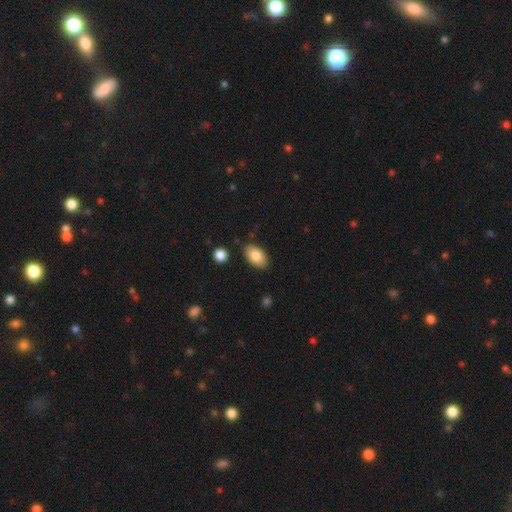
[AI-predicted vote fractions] This is clearly a smooth galaxy (83%). How rounded: clearly in between (93%). Merging: clearly none (85%).